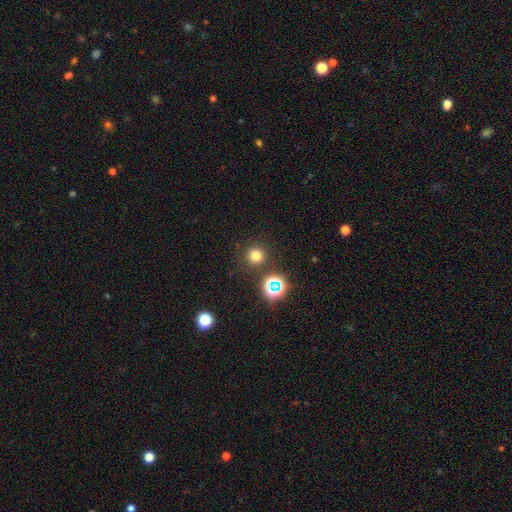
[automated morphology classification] type=smooth (72%); roundness=round (94%); merging=none (87%).